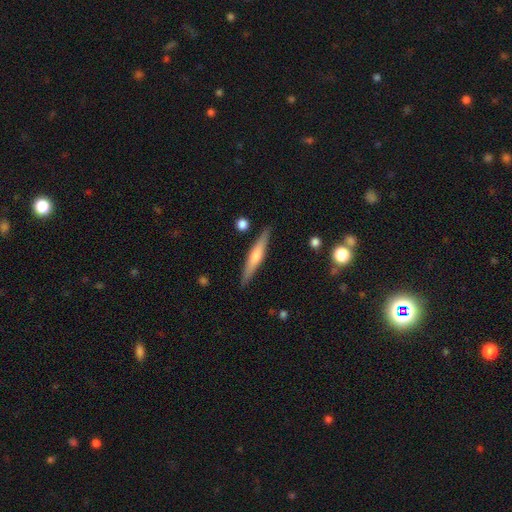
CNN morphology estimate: type=featured or disk (57%); edge-on=yes (96%); edge-on bulge=rounded (79%); merging=none (90%).